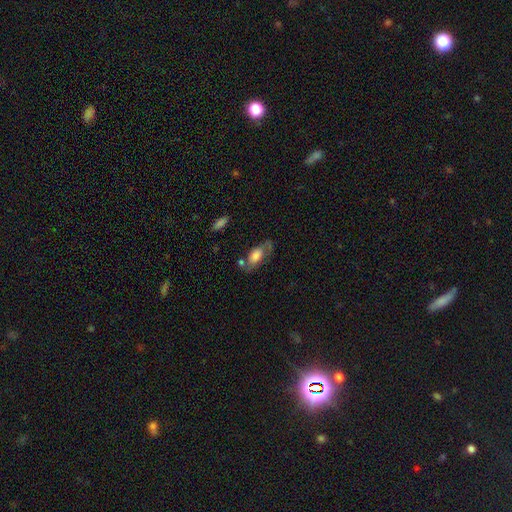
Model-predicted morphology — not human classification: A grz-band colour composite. It shows a smooth galaxy with no disk features (60%) that is in between round and cigar-shaped (87%). Merging: none (51%).